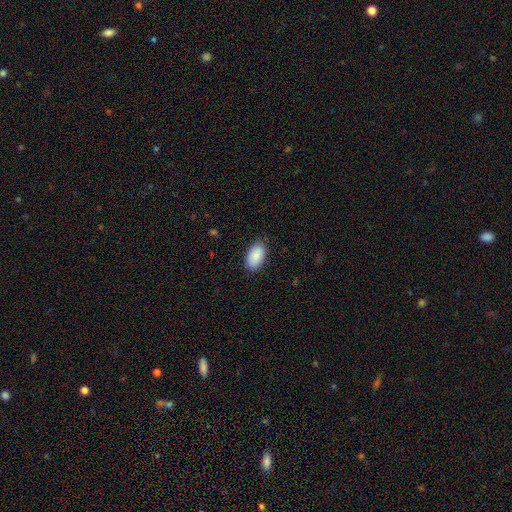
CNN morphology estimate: smooth 90%, star or artifact 6%, featured or disk 4%. Down the decision tree: how rounded — in between (95%); merging — none (82%).